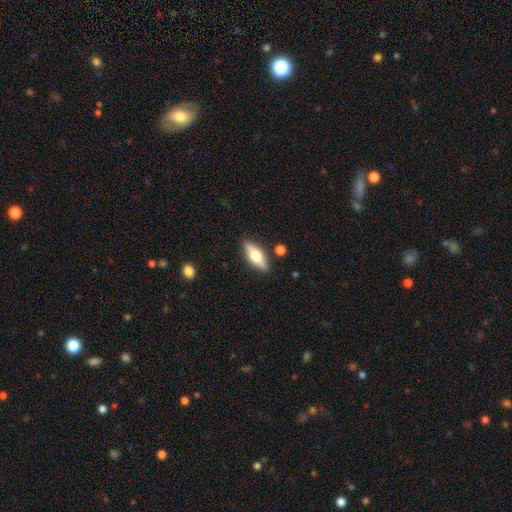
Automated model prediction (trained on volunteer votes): Morphology: type=smooth (51%); roundness=in between (60%); merging=none (86%).